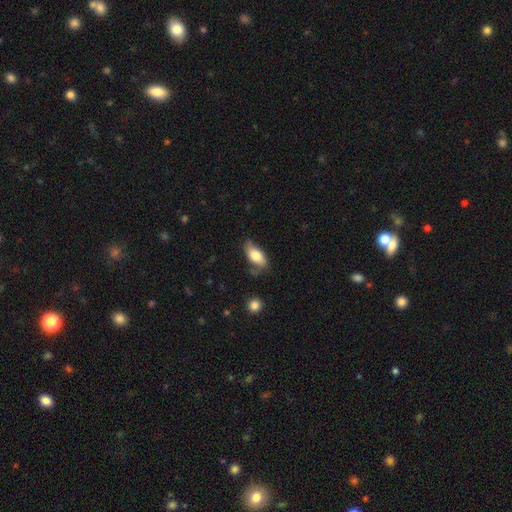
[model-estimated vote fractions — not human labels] Smooth or featured? Predicted: smooth (p=0.66). How rounded? Predicted: in between (p=0.87). Merging? Predicted: none (p=0.59).